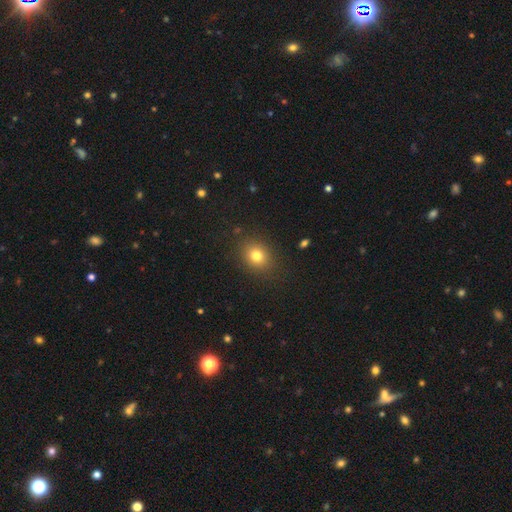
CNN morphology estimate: A smooth galaxy with no disk features (78%) that is round (65%).

Vote fractions:
- Smooth or featured? smooth: 78% / star or artifact: 13% / featured or disk: 8%
- How rounded? round: 65% / in between: 34% / cigar-shaped: 1%
- Merging? none: 86% / minor disturbance: 9% / major disturbance: 3% / merger: 1%